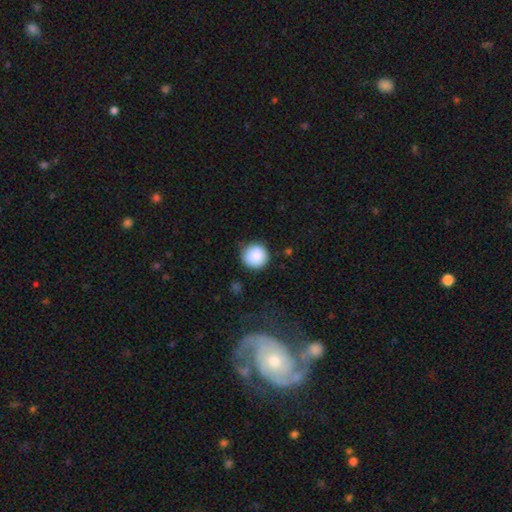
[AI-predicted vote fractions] Overall: smooth (87%). How rounded: round (95%). Merging: none (81%).